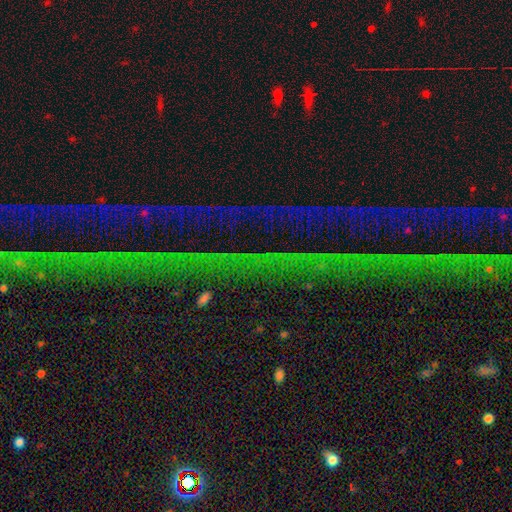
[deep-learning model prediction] This is clearly a star or artifact rather than a galaxy (81%).